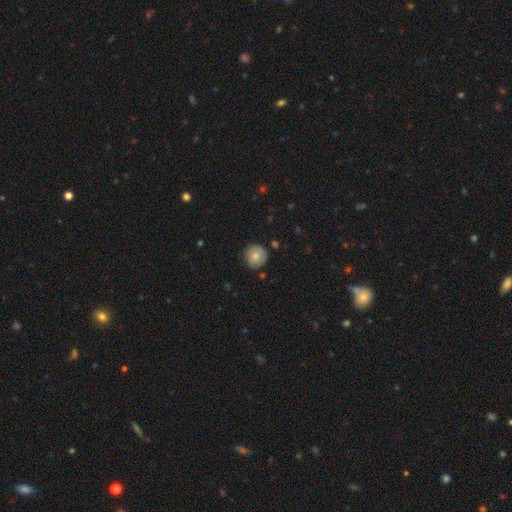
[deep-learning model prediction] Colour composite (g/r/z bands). It shows a smooth galaxy with no disk features (77%) that is round (94%). Merging: none (83%).